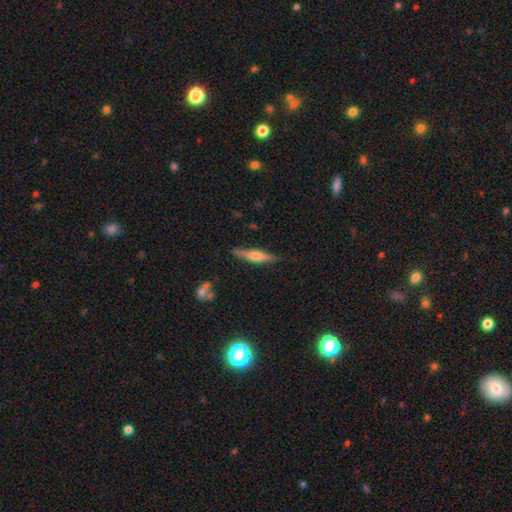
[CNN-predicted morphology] featured or disk 57%, smooth 37%, star or artifact 6%. Down the decision tree: edge-on disk — yes (96%); edge-on bulge — rounded (82%); merging — none (85%).